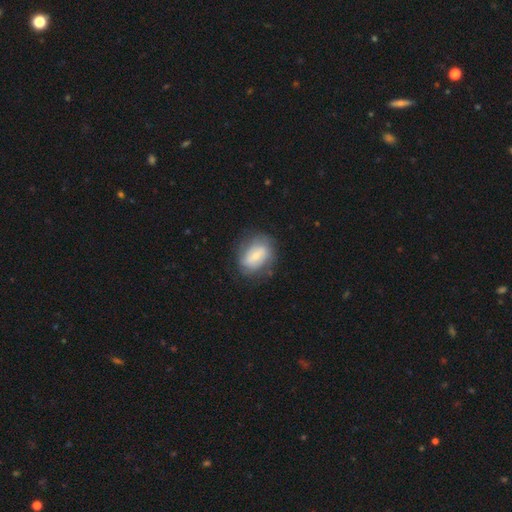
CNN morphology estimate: This is possibly a smooth galaxy (56%). How rounded: likely in between (73%). Merging: likely none (69%).